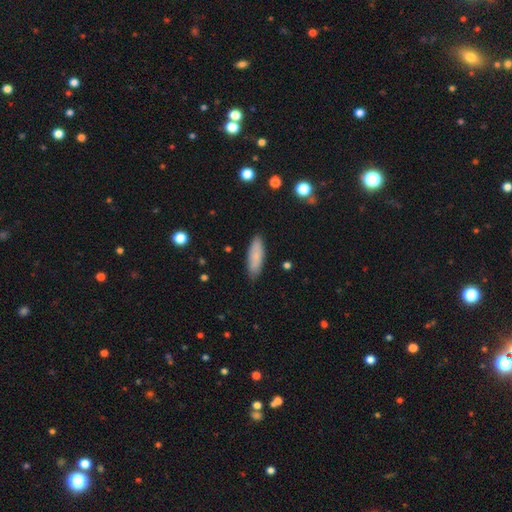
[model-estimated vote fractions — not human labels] smooth-or-featured: smooth: 80% | featured or disk: 14% | star or artifact: 6%
  how-rounded: in between: 54% | cigar-shaped: 44% | round: 2%
  merging: none: 87% | minor disturbance: 10% | major disturbance: 2% | merger: 1%